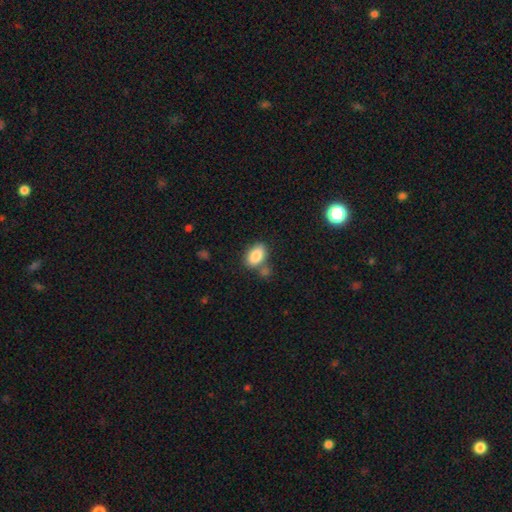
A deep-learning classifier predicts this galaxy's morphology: A smooth galaxy with no disk features (85%) that is in between round and cigar-shaped (88%).

Vote fractions:
- Smooth or featured? smooth: 85% / star or artifact: 8% / featured or disk: 7%
- How rounded? in between: 88% / round: 11% / cigar-shaped: 2%
- Merging? none: 62% / merger: 17% / minor disturbance: 17% / major disturbance: 5%